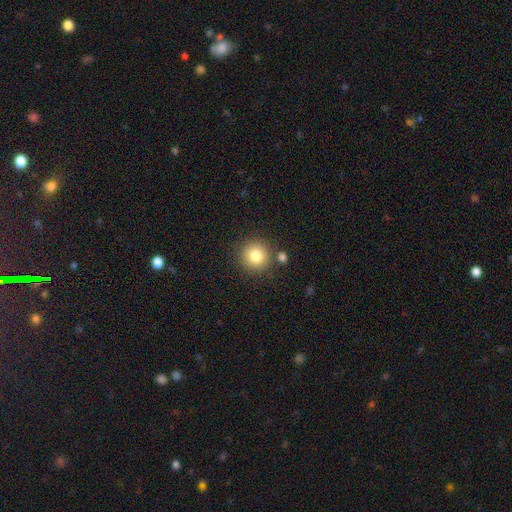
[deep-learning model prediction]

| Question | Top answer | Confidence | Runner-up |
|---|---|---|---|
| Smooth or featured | smooth | 81% | star or artifact (11%) |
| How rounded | round | 94% | in between (5%) |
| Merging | none | 82% | minor disturbance (8%) |